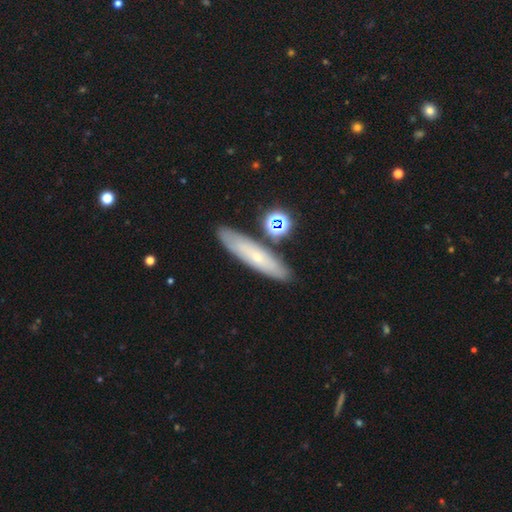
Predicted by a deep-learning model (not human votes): Q: Smooth or featured?
A: smooth (49%); runner-up: featured or disk (40%)
Q: Merging?
A: none (81%); runner-up: minor disturbance (11%)